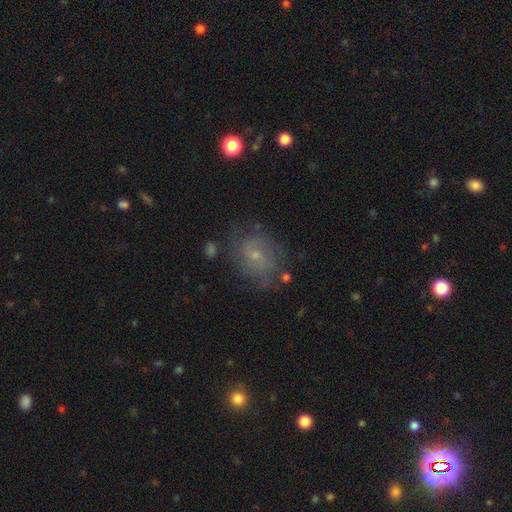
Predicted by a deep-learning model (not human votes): A featured or disk galaxy (55%) with no bar (61%), spiral arms (79%) and a small central bulge (70%). Merging: none (68%).